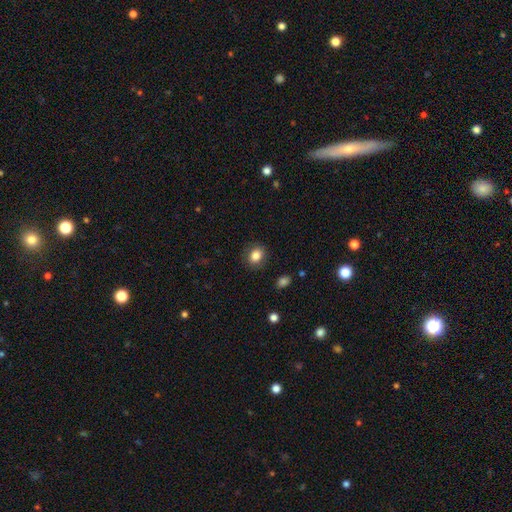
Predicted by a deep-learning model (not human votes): Morphology: type=smooth (85%); roundness=round (54%); merging=none (86%).